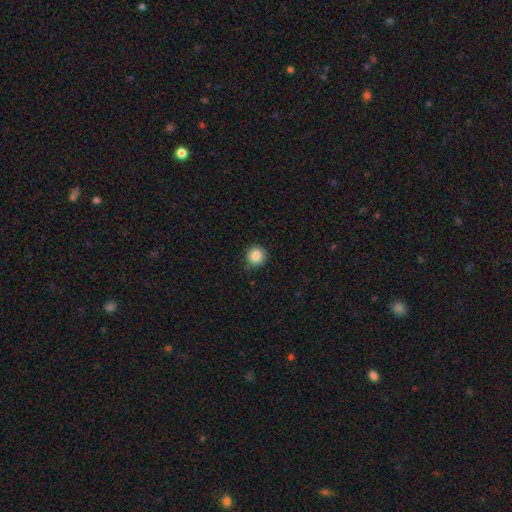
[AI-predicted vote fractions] A smooth galaxy with no disk features (87%) that is round (93%).

Vote fractions:
- Smooth or featured? smooth: 87% / star or artifact: 9% / featured or disk: 4%
- How rounded? round: 93% / in between: 6% / cigar-shaped: 1%
- Merging? none: 87% / minor disturbance: 9% / major disturbance: 2% / merger: 1%